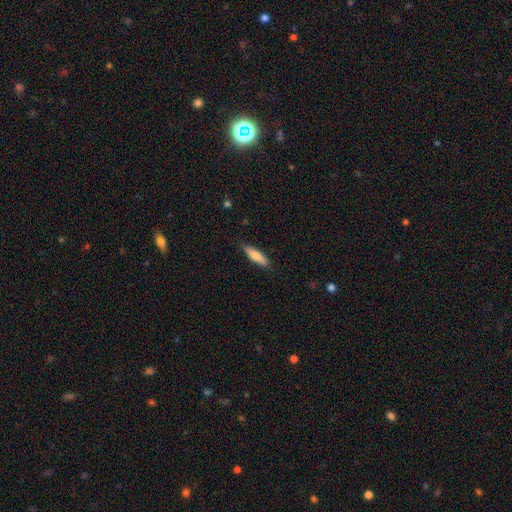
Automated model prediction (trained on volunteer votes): Smooth or featured? Predicted: smooth (p=0.75). How rounded? Predicted: cigar-shaped (p=0.66). Merging? Predicted: none (p=0.84).